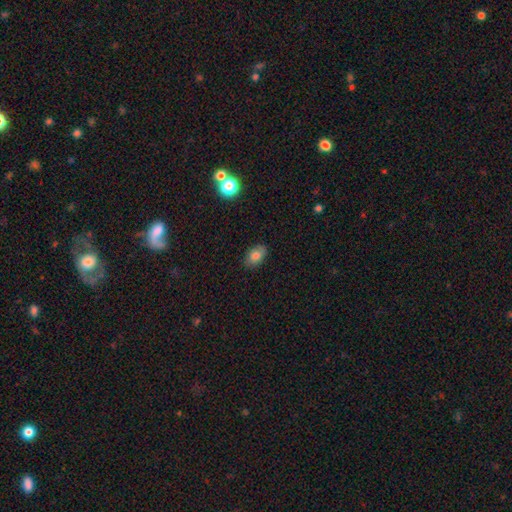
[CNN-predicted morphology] smooth-or-featured: smooth: 79% | featured or disk: 12% | star or artifact: 9%
  how-rounded: in between: 87% | round: 11% | cigar-shaped: 2%
  merging: none: 87% | minor disturbance: 10% | major disturbance: 2% | merger: 1%